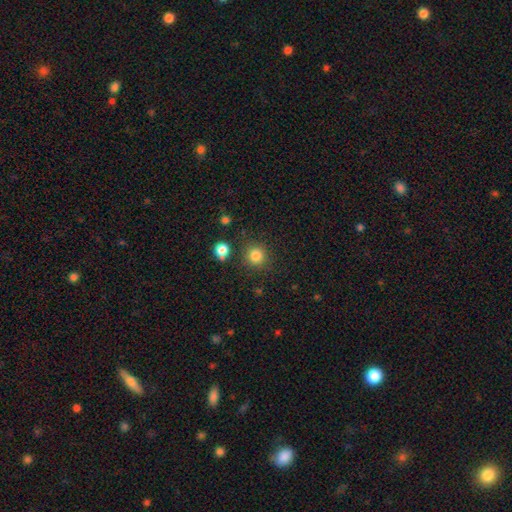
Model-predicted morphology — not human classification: smooth 83%, star or artifact 12%, featured or disk 5%. Down the decision tree: how rounded — round (92%); merging — none (86%).